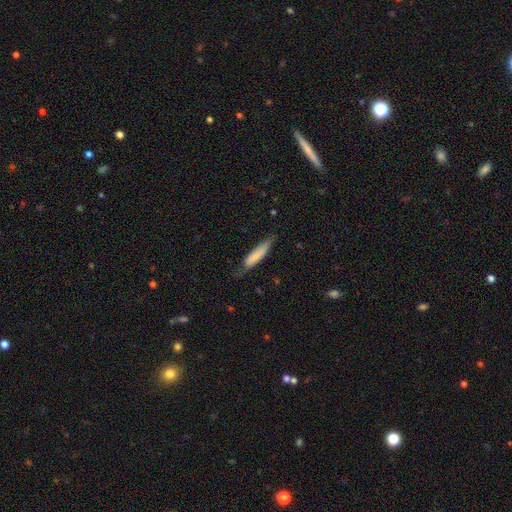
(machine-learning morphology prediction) A smooth galaxy with no disk features (75%) that is cigar-shaped (80%). Merging: none (62%).